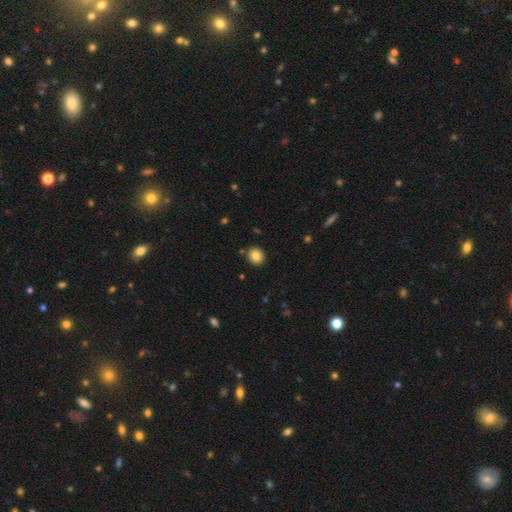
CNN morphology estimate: A smooth galaxy with no disk features (84%) that is round (79%).

Vote fractions:
- Smooth or featured? smooth: 84% / star or artifact: 10% / featured or disk: 6%
- How rounded? round: 79% / in between: 20% / cigar-shaped: 1%
- Merging? none: 88% / minor disturbance: 7% / merger: 3% / major disturbance: 2%